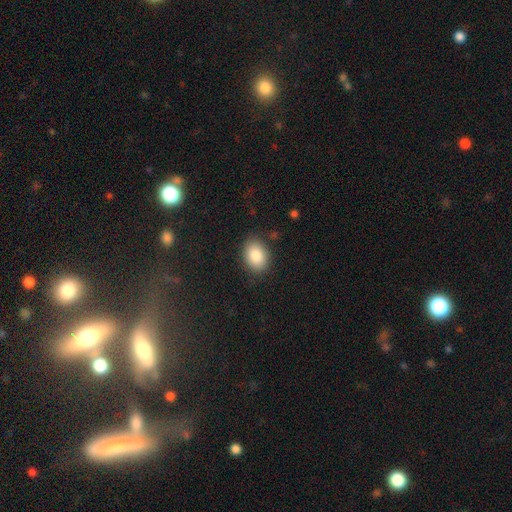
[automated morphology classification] smooth_or_featured: smooth (p=0.85) [alt: star or artifact p=0.08]
how_rounded: in between (p=0.72) [alt: round p=0.27]
merging: none (p=0.85) [alt: minor disturbance p=0.11]